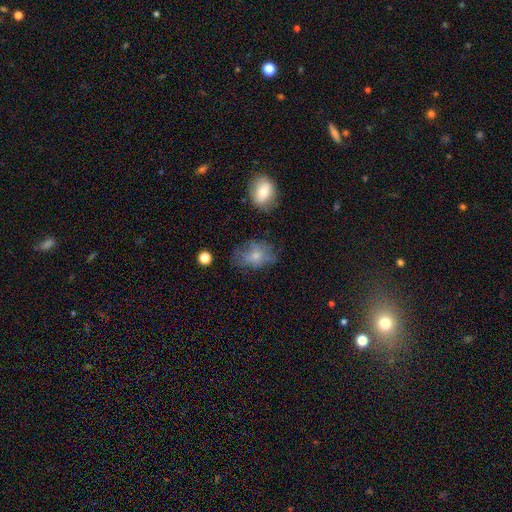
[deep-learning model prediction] Smooth or featured? Predicted: smooth (p=0.67). How rounded? Predicted: in between (p=0.71). Merging? Predicted: none (p=0.49).